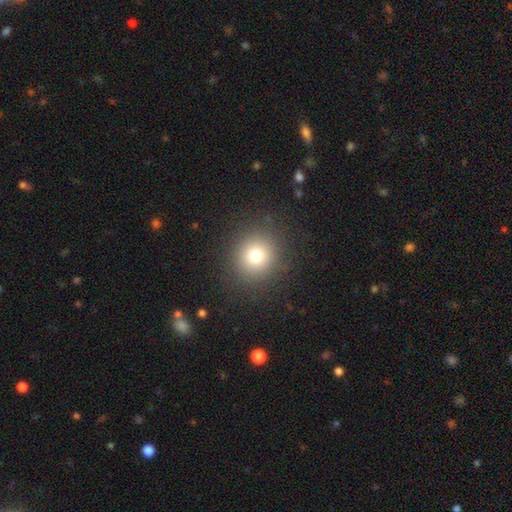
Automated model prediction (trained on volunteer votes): This is likely a smooth galaxy (76%). How rounded: clearly round (90%). Merging: clearly none (89%).